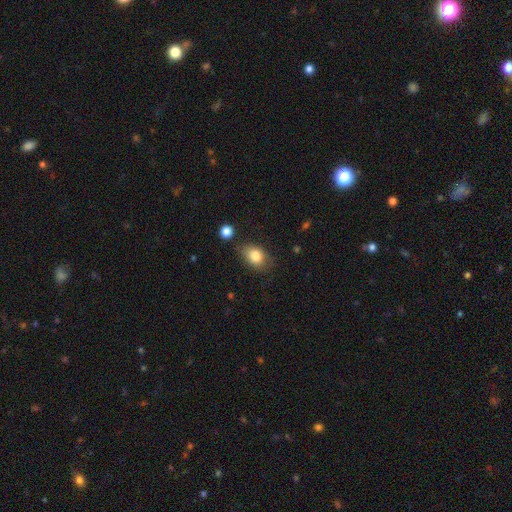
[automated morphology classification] This is clearly a smooth galaxy (82%). How rounded: likely in between (75%). Merging: likely none (72%).